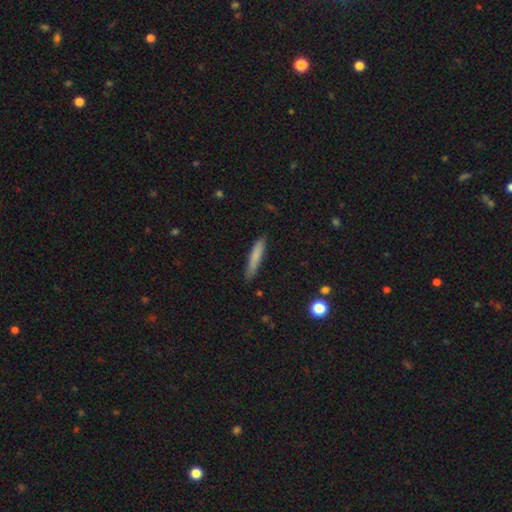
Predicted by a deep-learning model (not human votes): smooth-or-featured: smooth: 78% | featured or disk: 16% | star or artifact: 7%
  how-rounded: cigar-shaped: 92% | in between: 7% | round: 1%
  merging: none: 82% | minor disturbance: 14% | major disturbance: 2% | merger: 2%